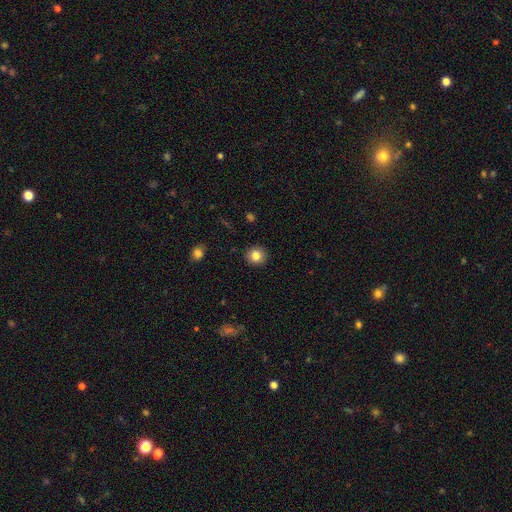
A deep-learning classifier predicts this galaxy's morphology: Smooth or featured?
  - smooth: 83% *
  - star or artifact: 10%
  - featured or disk: 7%
How rounded?
  - round: 91% *
  - in between: 9%
  - cigar-shaped: 1%
Merging?
  - none: 92% *
  - minor disturbance: 6%
  - major disturbance: 2%
  - merger: 1%